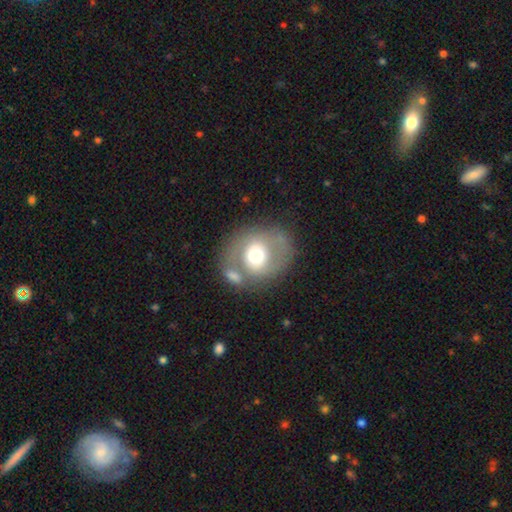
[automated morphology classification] The model was most divided on "smooth or featured": smooth: 47%, featured or disk: 45%, star or artifact: 8%. More confident: merging — none (54%).